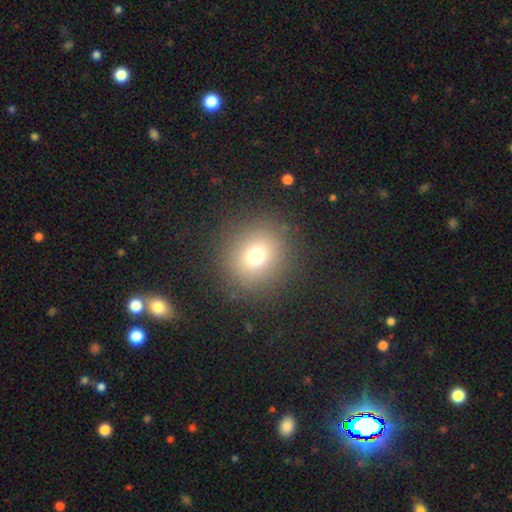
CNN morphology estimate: Smooth or featured? Predicted: smooth (p=0.71). How rounded? Predicted: round (p=0.90). Merging? Predicted: none (p=0.88).